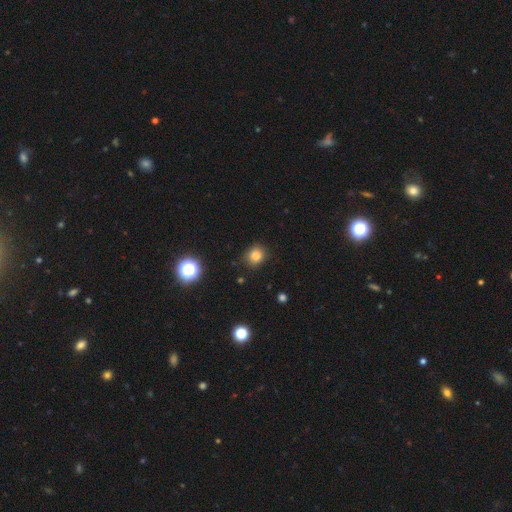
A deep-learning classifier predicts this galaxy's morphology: The model was most divided on "how rounded": round: 76%, in between: 23%, cigar-shaped: 1%. More confident: merging — none (82%); smooth or featured — smooth (82%).